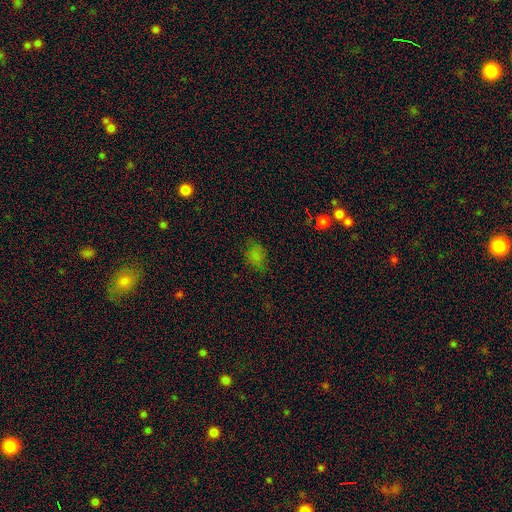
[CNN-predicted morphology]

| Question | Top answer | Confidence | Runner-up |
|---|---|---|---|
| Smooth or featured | smooth | 69% | star or artifact (23%) |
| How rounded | in between | 61% | round (37%) |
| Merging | none | 68% | minor disturbance (22%) |